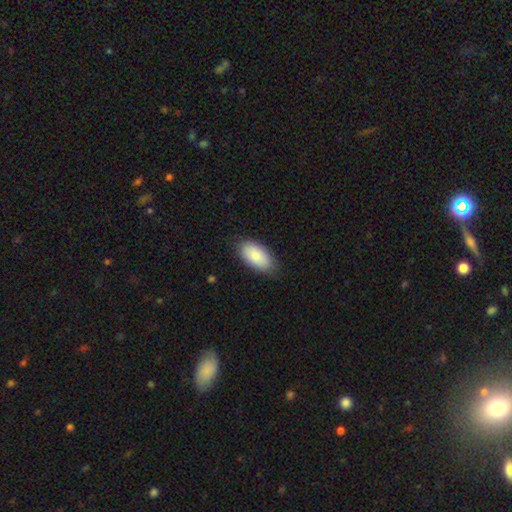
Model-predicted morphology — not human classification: Smooth or featured: smooth — 86% (featured or disk — 9%)
How rounded: in between — 94% (cigar-shaped — 3%)
Merging: none — 83% (minor disturbance — 14%)